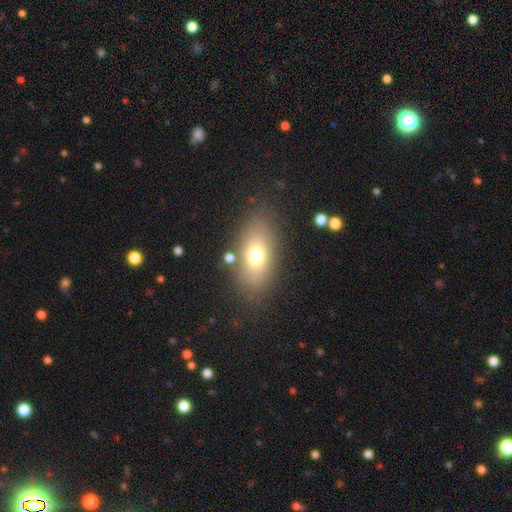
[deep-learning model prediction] Smooth or featured? Predicted: smooth (p=0.70). How rounded? Predicted: in between (p=0.83). Merging? Predicted: none (p=0.78).